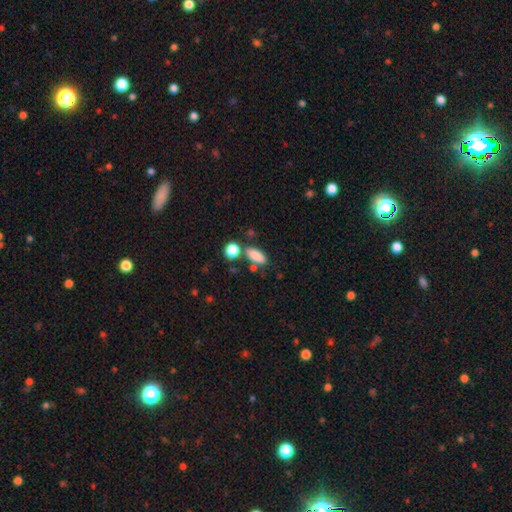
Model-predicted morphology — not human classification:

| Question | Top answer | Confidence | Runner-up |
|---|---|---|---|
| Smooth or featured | smooth | 85% | star or artifact (9%) |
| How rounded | in between | 83% | cigar-shaped (11%) |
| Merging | none | 67% | merger (15%) |